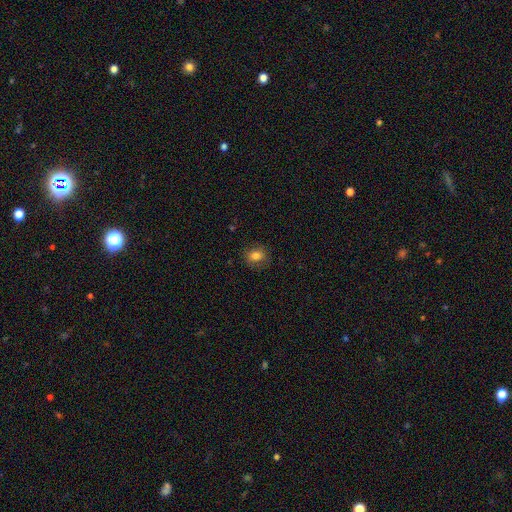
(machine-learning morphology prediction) smooth_or_featured: smooth (p=0.79) [alt: star or artifact p=0.12]
how_rounded: round (p=0.57) [alt: in between p=0.42]
merging: none (p=0.81) [alt: minor disturbance p=0.13]